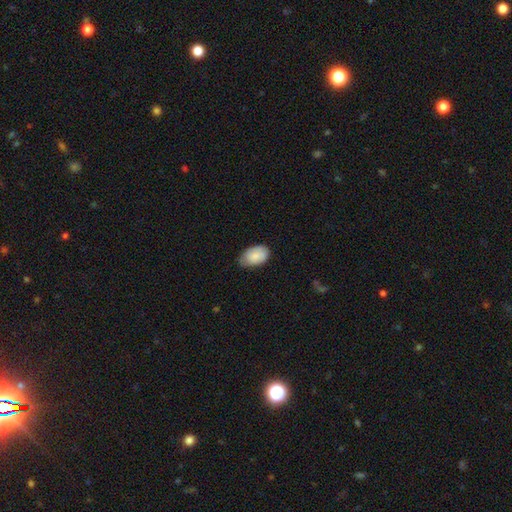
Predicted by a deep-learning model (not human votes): Smooth or featured? smooth (83%)
How rounded? in between (92%)
Merging? none (65%)